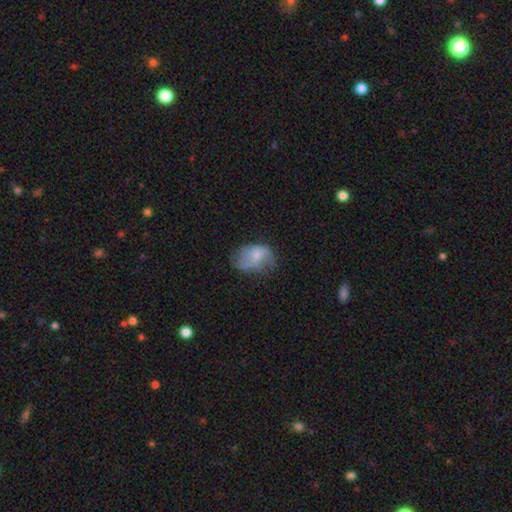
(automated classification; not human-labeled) smooth-or-featured: smooth: 55% | featured or disk: 36% | star or artifact: 8%
  how-rounded: in between: 80% | round: 18% | cigar-shaped: 1%
  merging: none: 42% | minor disturbance: 34% | major disturbance: 22% | merger: 2%